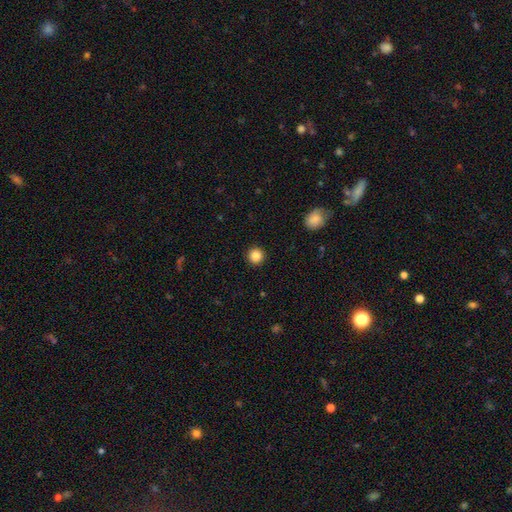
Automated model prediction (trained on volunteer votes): This appears to be a smooth galaxy with no disk features (86%) that is round (95%). Merging: none (93%).